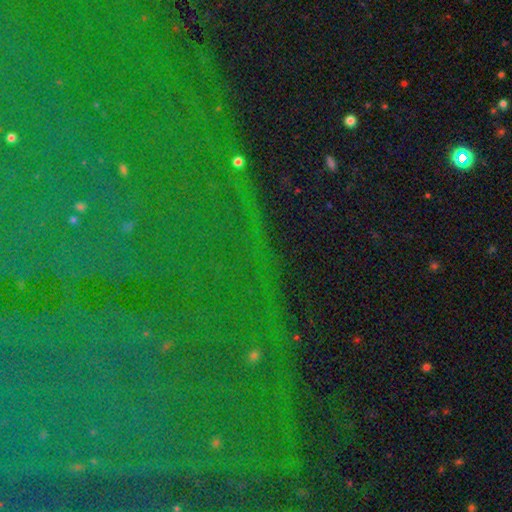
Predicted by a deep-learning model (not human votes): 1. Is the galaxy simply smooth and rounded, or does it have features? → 85% star or artifact, 8% featured or disk, 7% smooth.